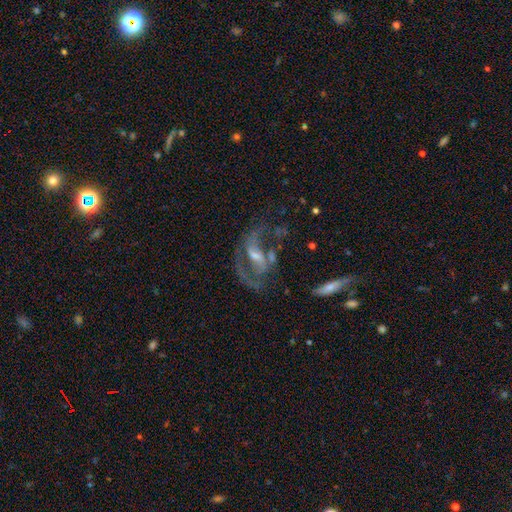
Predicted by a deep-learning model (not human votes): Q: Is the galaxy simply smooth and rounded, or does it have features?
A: featured or disk — 76%.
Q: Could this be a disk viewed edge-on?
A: no — 92%.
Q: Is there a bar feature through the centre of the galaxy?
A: weak — 40%.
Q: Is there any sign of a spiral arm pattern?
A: yes — 78%.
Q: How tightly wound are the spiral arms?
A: medium — 43%.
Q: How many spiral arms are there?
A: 2 — 59%.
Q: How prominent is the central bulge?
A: small — 46%.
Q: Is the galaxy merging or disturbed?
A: none — 41%.